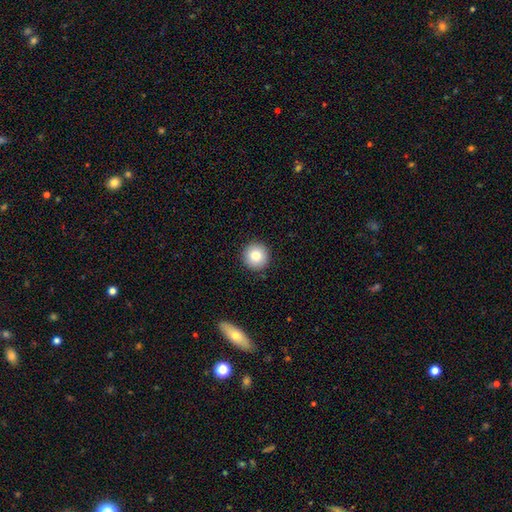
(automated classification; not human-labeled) Smooth or featured?
  - smooth: 83% *
  - star or artifact: 9%
  - featured or disk: 8%
How rounded?
  - round: 95% *
  - in between: 4%
  - cigar-shaped: 1%
Merging?
  - none: 92% *
  - minor disturbance: 5%
  - major disturbance: 2%
  - merger: 1%